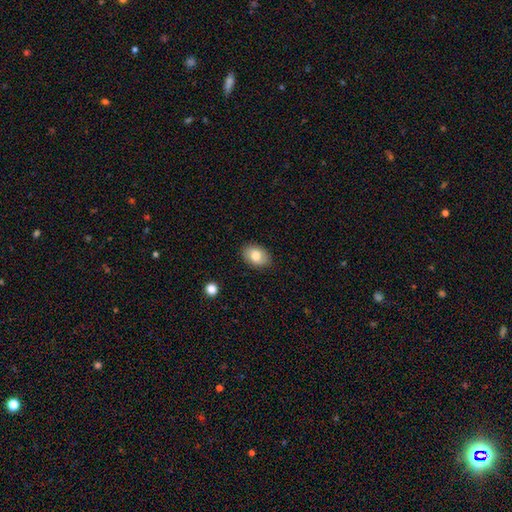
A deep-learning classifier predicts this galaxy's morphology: smooth-or-featured: smooth: 80% | featured or disk: 13% | star or artifact: 7%
  how-rounded: in between: 82% | round: 17% | cigar-shaped: 1%
  merging: none: 87% | minor disturbance: 9% | major disturbance: 2% | merger: 1%